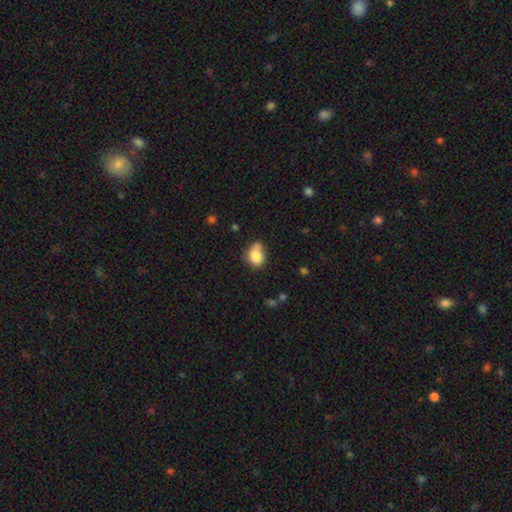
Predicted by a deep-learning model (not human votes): Smooth or featured: smooth — 83% (star or artifact — 9%)
How rounded: in between — 67% (round — 32%)
Merging: none — 48% (minor disturbance — 32%)